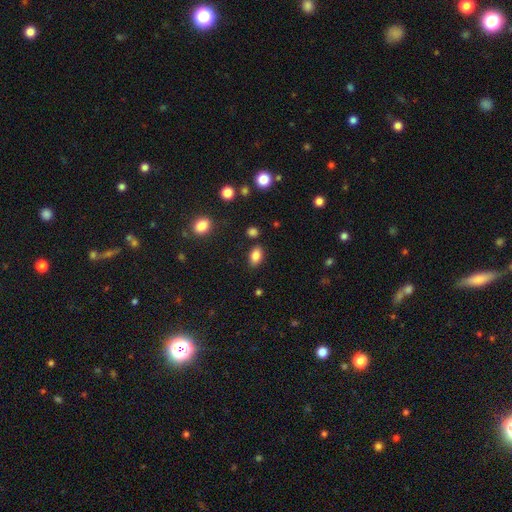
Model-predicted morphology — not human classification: Q: Smooth or featured?
A: smooth (84%); runner-up: star or artifact (9%)
Q: How rounded?
A: in between (87%); runner-up: round (11%)
Q: Merging?
A: none (83%); runner-up: minor disturbance (11%)